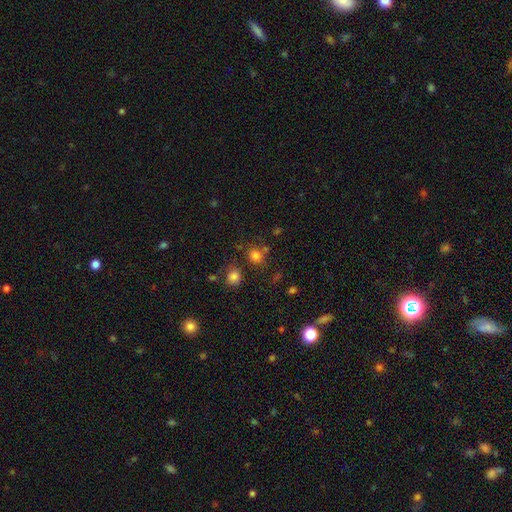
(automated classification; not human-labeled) smooth-or-featured: smooth: 77% | star or artifact: 16% | featured or disk: 7%
  how-rounded: round: 78% | in between: 21% | cigar-shaped: 1%
  merging: none: 68% | merger: 14% | minor disturbance: 12% | major disturbance: 5%